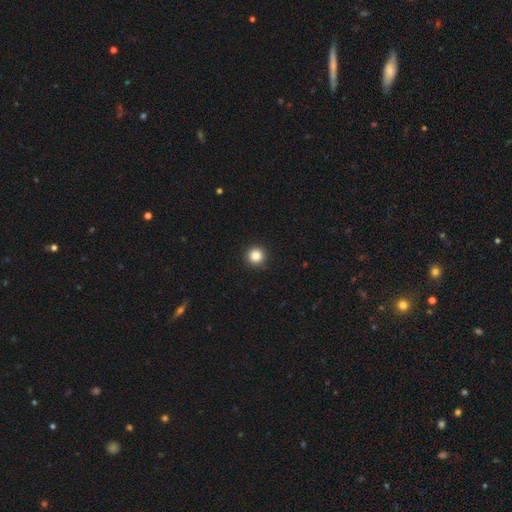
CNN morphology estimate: Smooth or featured: smooth — 85% (star or artifact — 11%)
How rounded: round — 96% (in between — 3%)
Merging: none — 93% (minor disturbance — 5%)